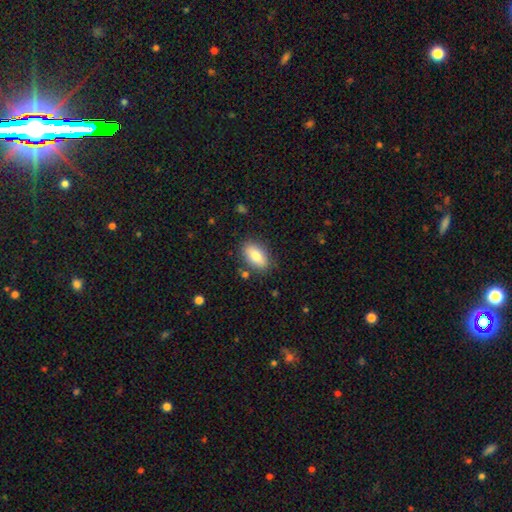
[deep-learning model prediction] Overall: smooth (81%). How rounded: in between (89%). Merging: none (83%).